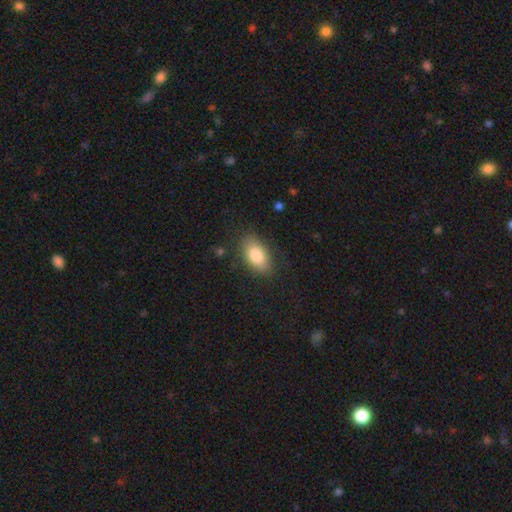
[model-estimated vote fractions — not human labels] Smooth or featured? smooth (82%)
How rounded? in between (91%)
Merging? none (83%)